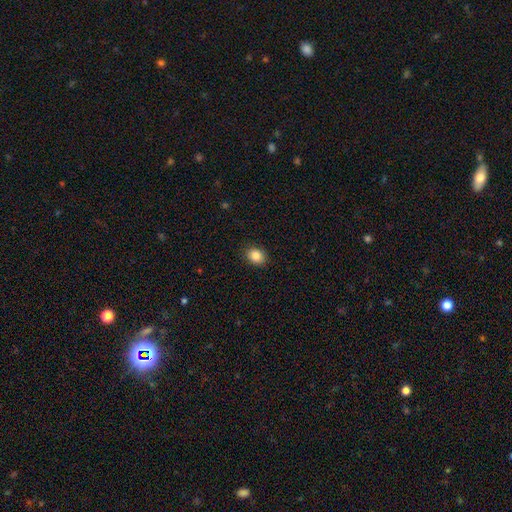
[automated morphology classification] Smooth or featured? smooth (85%)
How rounded? in between (51%)
Merging? none (89%)